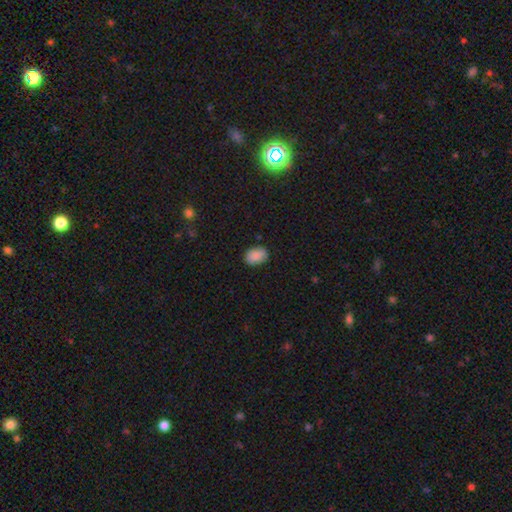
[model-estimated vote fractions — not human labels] The model was most divided on "how rounded": in between: 81%, round: 18%, cigar-shaped: 1%. More confident: smooth or featured — smooth (89%); merging — none (84%).